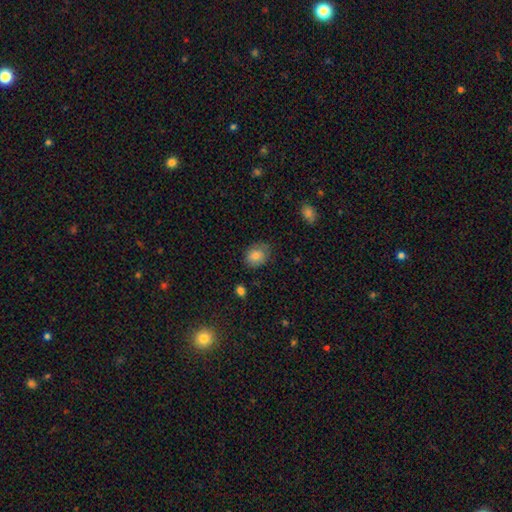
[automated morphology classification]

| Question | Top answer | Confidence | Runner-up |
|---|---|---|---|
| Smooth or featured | smooth | 81% | featured or disk (10%) |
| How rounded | in between | 50% | round (49%) |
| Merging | none | 73% | minor disturbance (21%) |